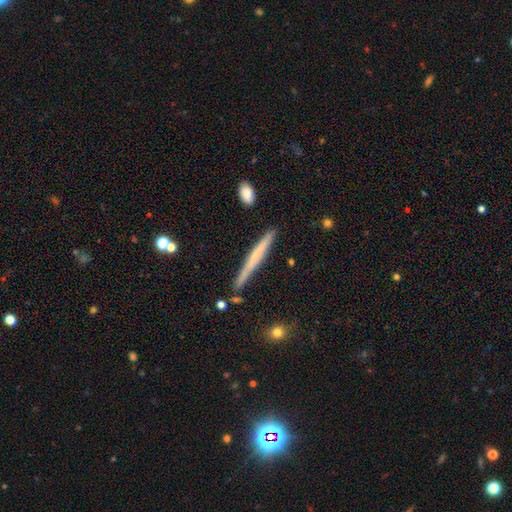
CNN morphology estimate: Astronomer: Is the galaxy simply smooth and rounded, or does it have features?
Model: featured or disk — 49% (runner-up: smooth, 44%).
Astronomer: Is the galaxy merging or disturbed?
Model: none — 85%.